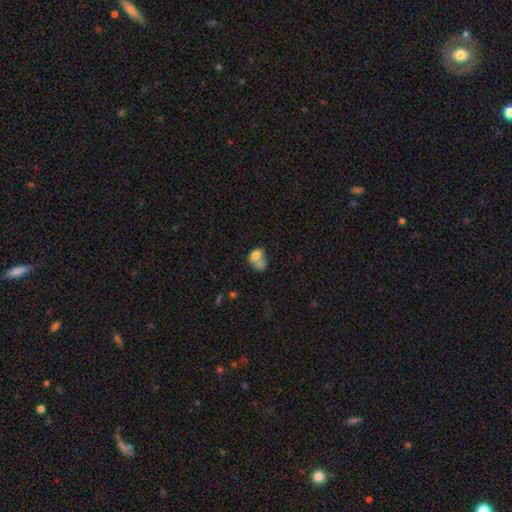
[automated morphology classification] smooth 73%, featured or disk 18%, star or artifact 10%. Down the decision tree: how rounded — in between (59%); merging — merger (54%).